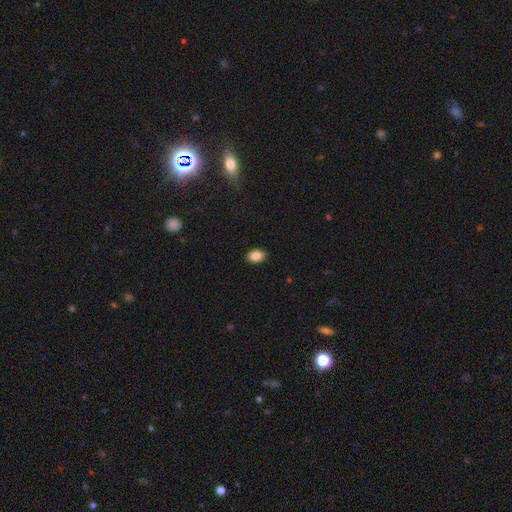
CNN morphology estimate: Smooth or featured: smooth — 87% (star or artifact — 8%)
How rounded: in between — 84% (round — 15%)
Merging: none — 90% (minor disturbance — 7%)